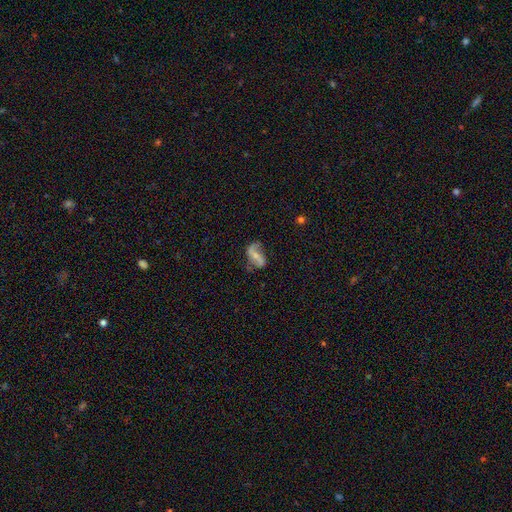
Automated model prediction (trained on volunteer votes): Morphology: type=featured or disk (67%); edge-on=no (95%); bar=strong (44%); spiral arms=yes (83%); winding=loose (70%); arm count=2 (87%); bulge=small (56%); merging=none (56%).